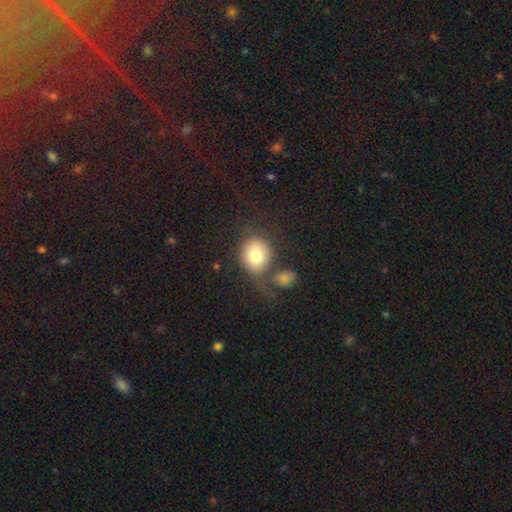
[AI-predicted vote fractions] This is likely a smooth galaxy (79%). How rounded: likely round (68%). Merging: possibly none (50%).